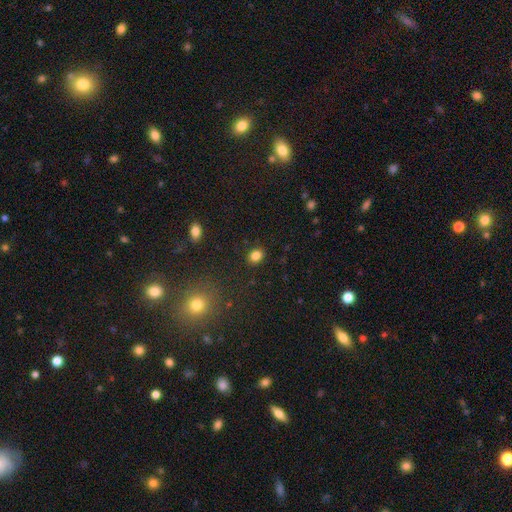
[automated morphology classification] smooth_or_featured: smooth (p=0.84) [alt: star or artifact p=0.11]
how_rounded: round (p=0.50) [alt: in between p=0.49]
merging: none (p=0.88) [alt: minor disturbance p=0.08]